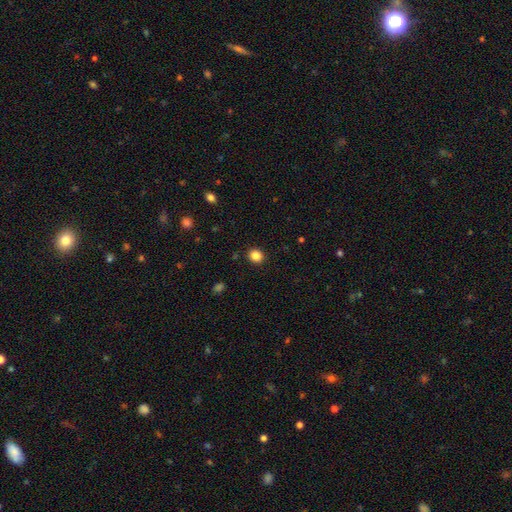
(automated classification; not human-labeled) Q: Smooth or featured?
A: smooth (85%); runner-up: star or artifact (11%)
Q: How rounded?
A: round (79%); runner-up: in between (21%)
Q: Merging?
A: none (91%); runner-up: minor disturbance (6%)